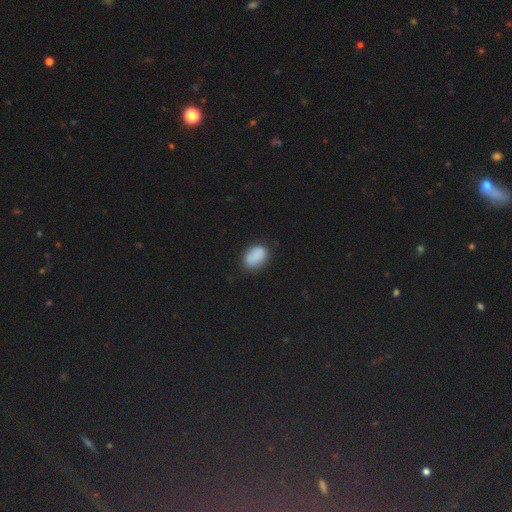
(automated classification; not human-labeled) This is clearly a smooth galaxy (84%). How rounded: clearly in between (81%). Merging: likely none (75%).